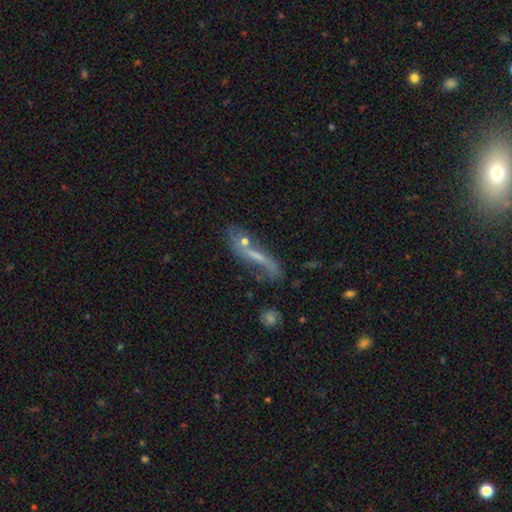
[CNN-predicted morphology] type=featured or disk (54%); edge-on=no (60%); merging=none (42%).